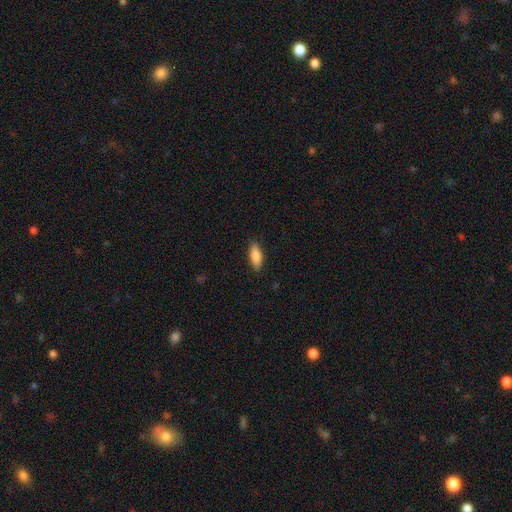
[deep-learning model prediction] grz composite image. It shows a smooth galaxy with no disk features (85%) that is in between round and cigar-shaped (67%). Merging: none (88%).